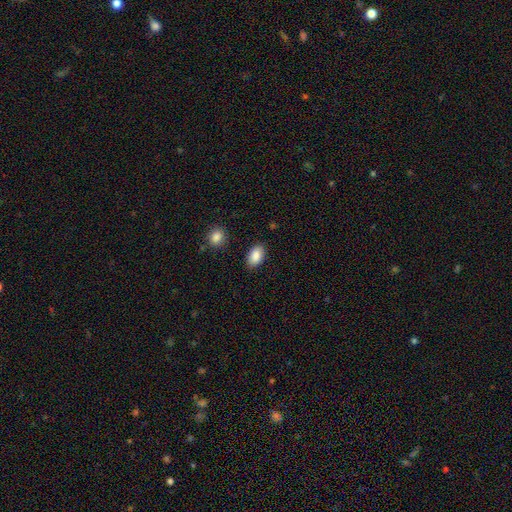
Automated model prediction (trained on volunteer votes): Smooth or featured: smooth — 88% (star or artifact — 7%)
How rounded: in between — 92% (round — 7%)
Merging: none — 86% (minor disturbance — 10%)